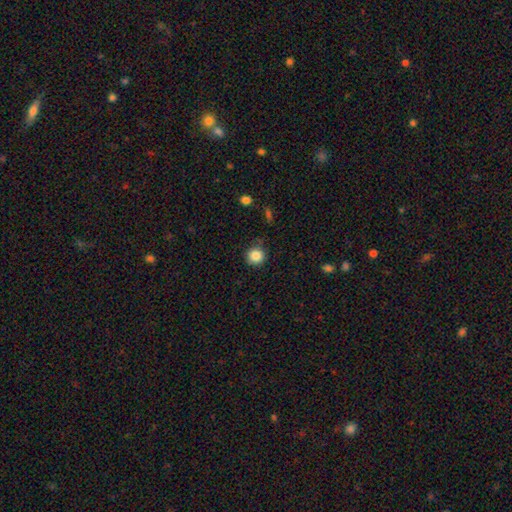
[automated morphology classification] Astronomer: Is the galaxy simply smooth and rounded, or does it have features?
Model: smooth — 85%.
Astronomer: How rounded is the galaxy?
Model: round — 93%.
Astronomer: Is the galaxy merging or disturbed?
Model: none — 85%.